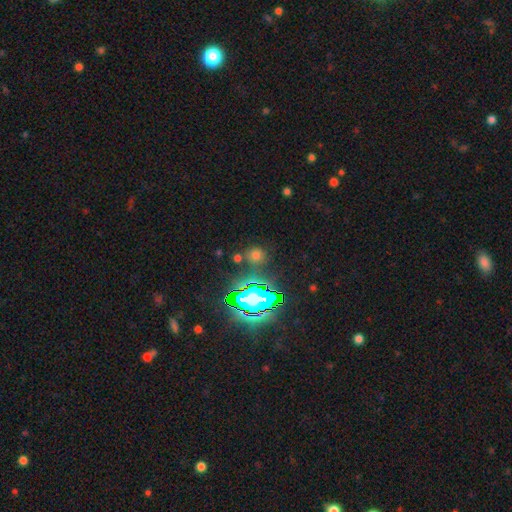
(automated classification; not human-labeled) Morphology: type=smooth (52%); roundness=round (85%); merging=none (79%).